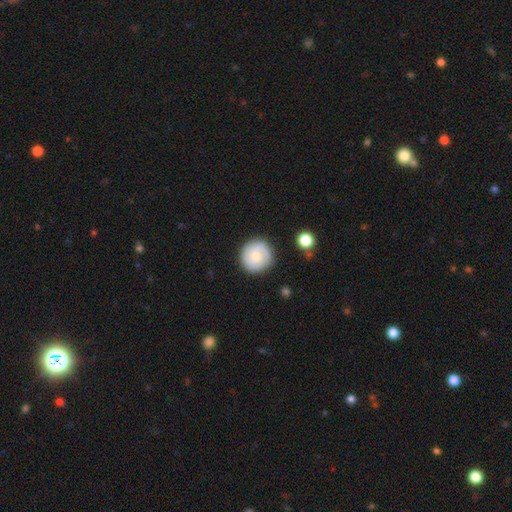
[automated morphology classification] A smooth galaxy with no disk features (57%) that is round (93%). Merging: none (85%).